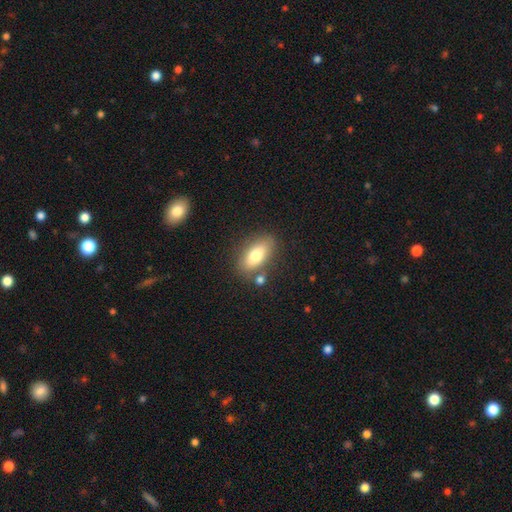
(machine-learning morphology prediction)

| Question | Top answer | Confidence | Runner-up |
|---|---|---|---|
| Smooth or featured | smooth | 77% | featured or disk (16%) |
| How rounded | in between | 86% | cigar-shaped (9%) |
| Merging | none | 75% | minor disturbance (12%) |